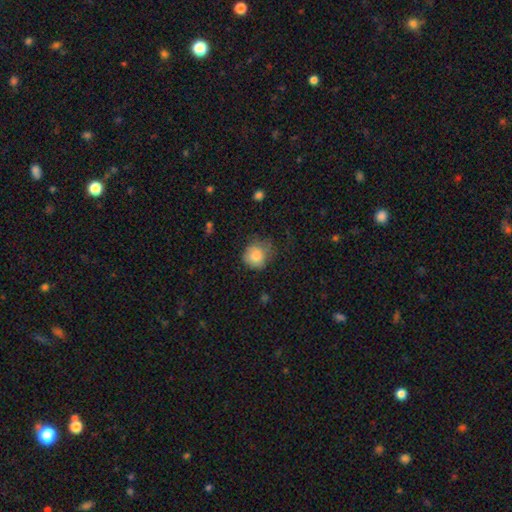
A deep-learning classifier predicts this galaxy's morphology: A smooth galaxy with no disk features (82%) that is round (80%).

Vote fractions:
- Smooth or featured? smooth: 82% / featured or disk: 9% / star or artifact: 9%
- How rounded? round: 80% / in between: 19% / cigar-shaped: 1%
- Merging? none: 53% / minor disturbance: 31% / major disturbance: 14% / merger: 2%